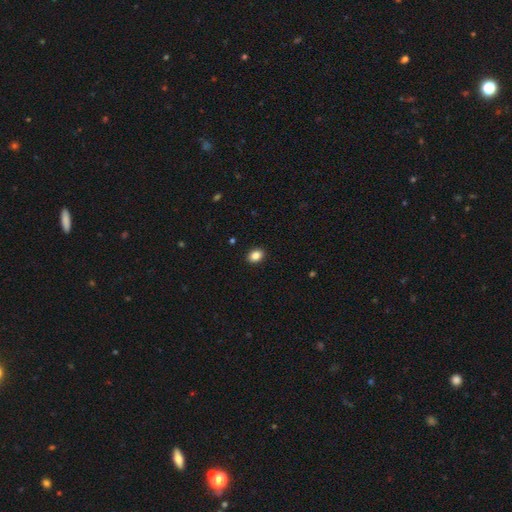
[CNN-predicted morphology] The model was most divided on "how rounded": in between: 66%, round: 33%, cigar-shaped: 1%. More confident: merging — none (91%); smooth or featured — smooth (86%).